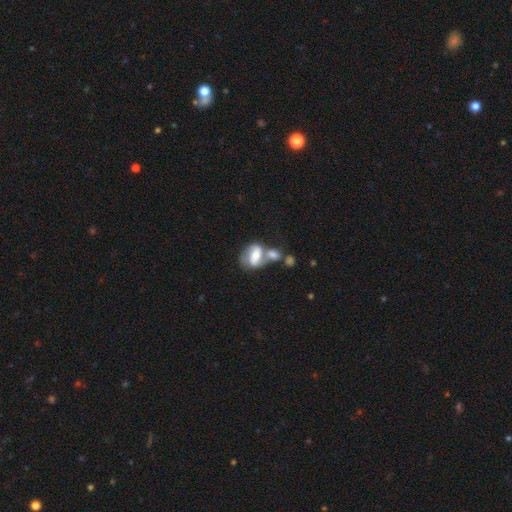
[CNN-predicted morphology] This appears to be a featured or disk galaxy (52%). Merging: merger (53%).